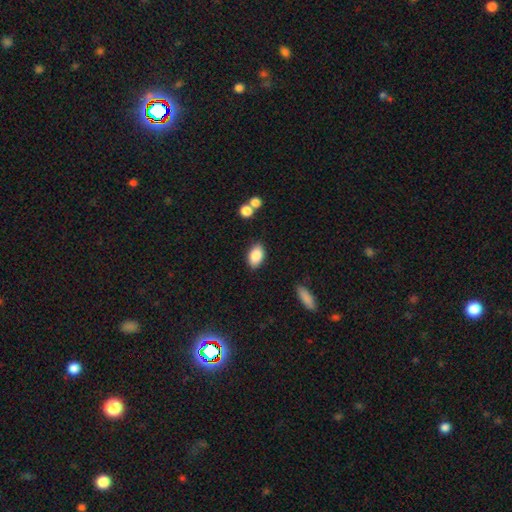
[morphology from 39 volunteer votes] A smooth galaxy with no disk features (90%) that is in between round and cigar-shaped (86%). Merging: none (83%).